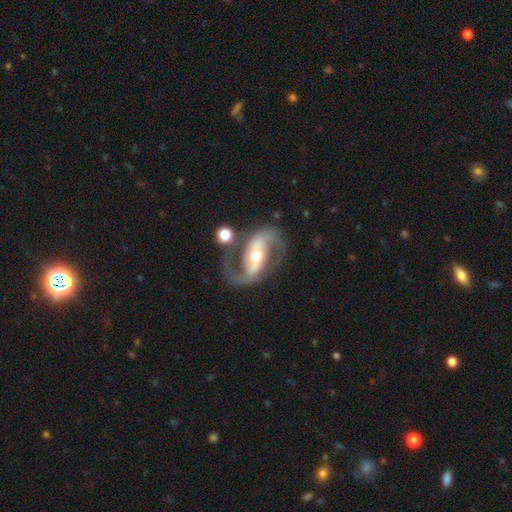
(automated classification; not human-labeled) Smooth or featured? Predicted: featured or disk (p=0.91). Edge-on disk? Predicted: no (p=0.97). Bar? Predicted: strong (p=0.53). Spiral arms? Predicted: yes (p=0.97). Spiral winding? Predicted: medium (p=0.53). Spiral arm count? Predicted: 2 (p=0.94). Bulge size? Predicted: moderate (p=0.62). Merging? Predicted: none (p=0.74).